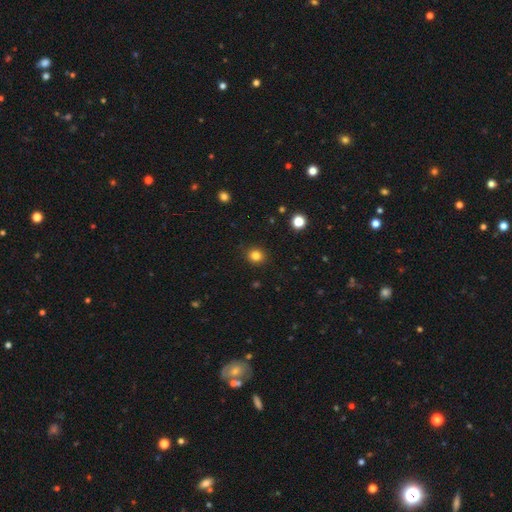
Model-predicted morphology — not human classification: smooth 83%, star or artifact 12%, featured or disk 5%. Down the decision tree: how rounded — round (81%); merging — none (90%).